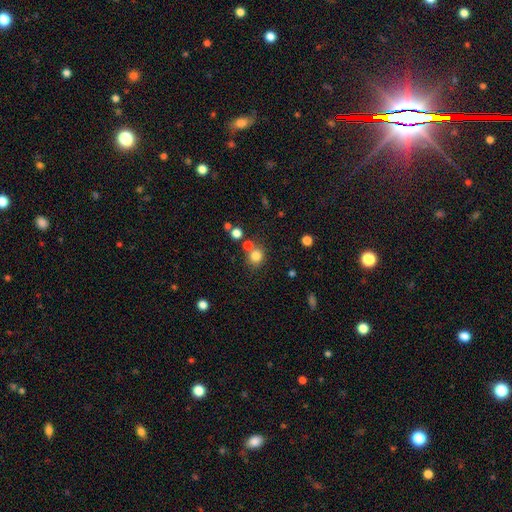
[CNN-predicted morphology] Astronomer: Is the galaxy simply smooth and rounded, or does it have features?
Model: smooth — 80%.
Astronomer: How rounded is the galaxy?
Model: round — 84%.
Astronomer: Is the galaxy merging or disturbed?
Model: none — 67%.